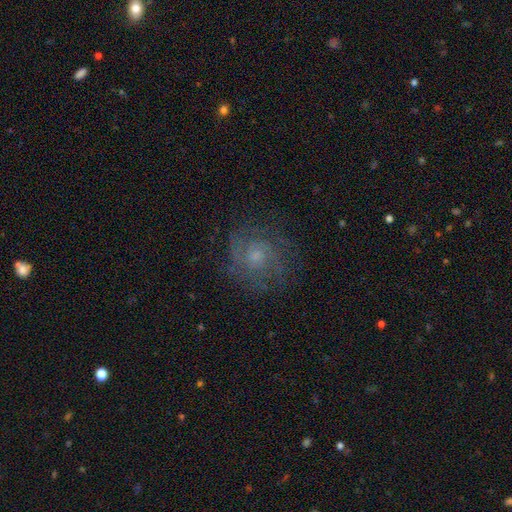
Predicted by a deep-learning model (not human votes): Smooth or featured? Predicted: featured or disk (p=0.65). Edge-on disk? Predicted: no (p=0.97). Bar? Predicted: no (p=0.75). Spiral arms? Predicted: yes (p=0.89). Spiral winding? Predicted: tight (p=0.49). Spiral arm count? Predicted: 2 (p=0.33, tied with can't tell). Bulge size? Predicted: small (p=0.44). Merging? Predicted: none (p=0.76).